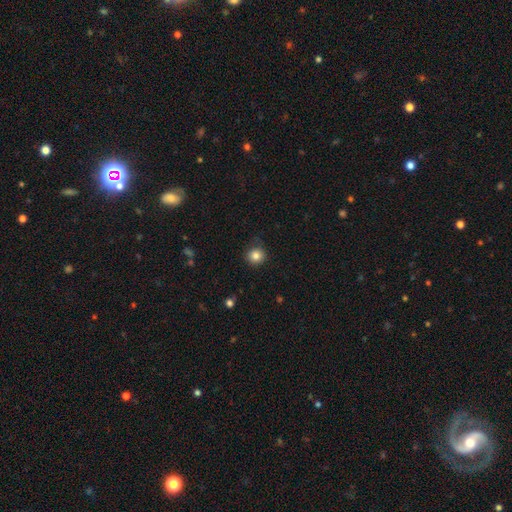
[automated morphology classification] A smooth galaxy with no disk features (83%) that is round (91%). Merging: none (84%).